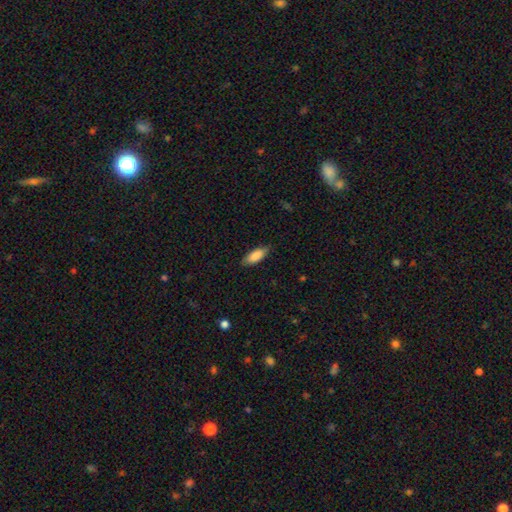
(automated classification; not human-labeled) smooth_or_featured: smooth (p=0.86) [alt: featured or disk p=0.08]
how_rounded: in between (p=0.79) [alt: cigar-shaped p=0.19]
merging: none (p=0.82) [alt: minor disturbance p=0.14]